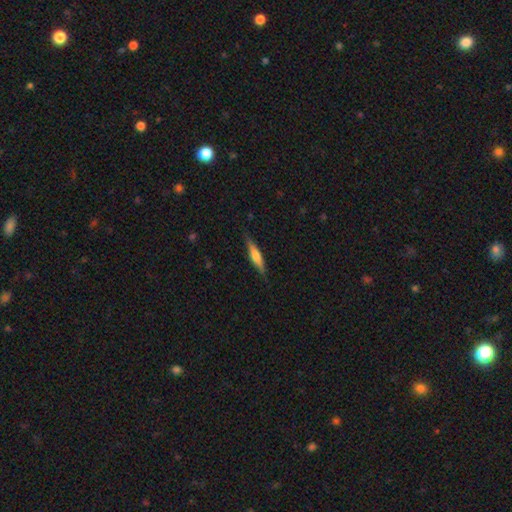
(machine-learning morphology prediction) A smooth galaxy with no disk features (48%). Merging: none (85%).